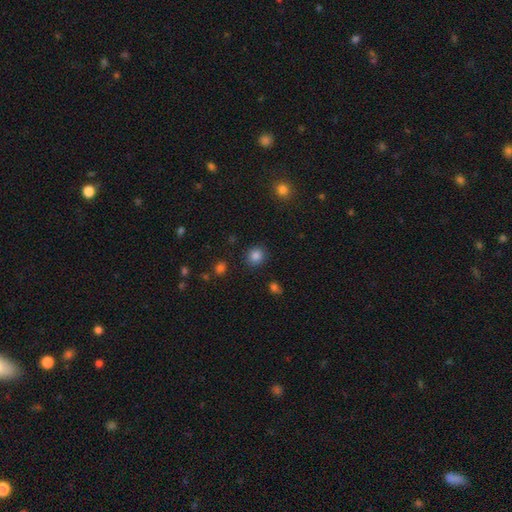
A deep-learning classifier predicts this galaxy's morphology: The model was most divided on "how rounded": round: 84%, in between: 15%, cigar-shaped: 1%. More confident: merging — none (89%); smooth or featured — smooth (85%).